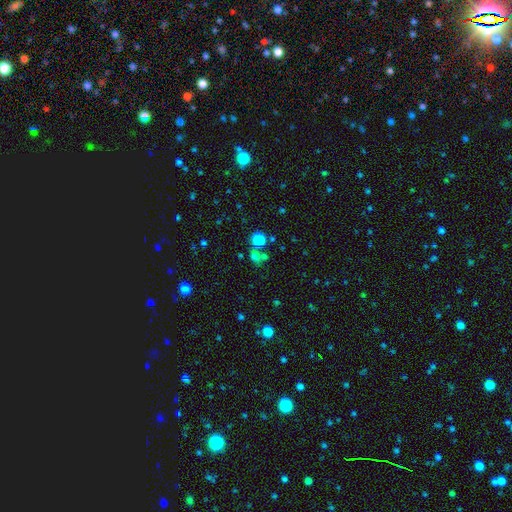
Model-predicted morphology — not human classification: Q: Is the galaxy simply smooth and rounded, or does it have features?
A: smooth — 65%.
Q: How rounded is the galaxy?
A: round — 81%.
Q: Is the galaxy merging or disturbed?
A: none — 60%.